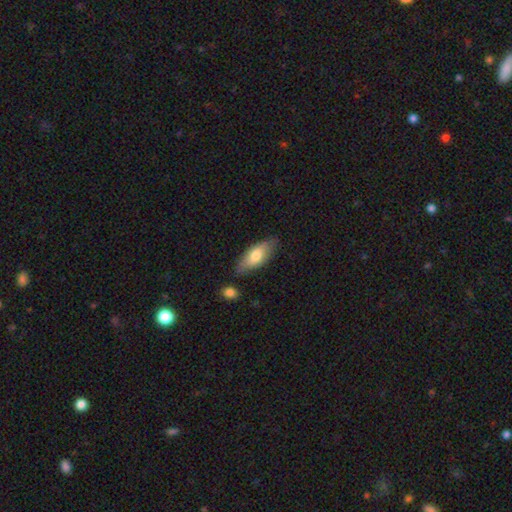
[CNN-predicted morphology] This is likely a smooth galaxy (70%). How rounded: likely in between (76%). Merging: likely none (77%).